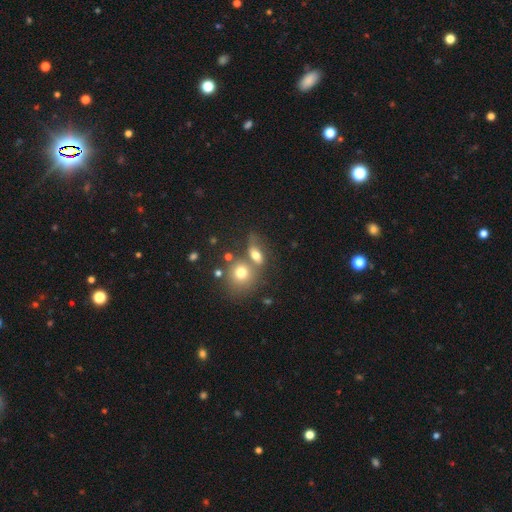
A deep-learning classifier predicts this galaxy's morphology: A smooth galaxy with no disk features (69%) that is in between round and cigar-shaped (64%).

Vote fractions:
- Smooth or featured? smooth: 69% / featured or disk: 19% / star or artifact: 12%
- How rounded? in between: 64% / round: 29% / cigar-shaped: 7%
- Merging? merger: 45% / none: 31% / minor disturbance: 13% / major disturbance: 10%